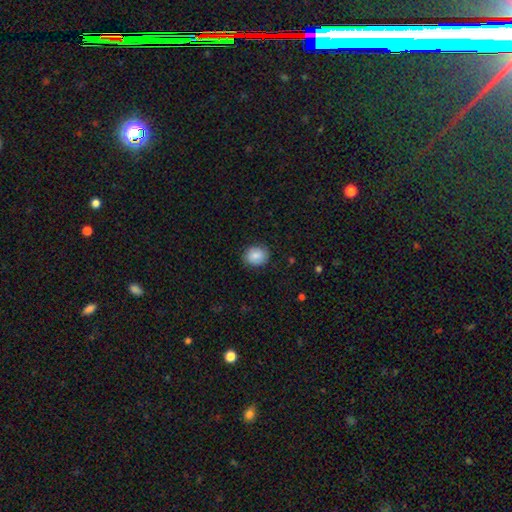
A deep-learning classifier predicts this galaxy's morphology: A smooth galaxy with no disk features (85%) that is round (63%).

Vote fractions:
- Smooth or featured? smooth: 85% / star or artifact: 8% / featured or disk: 7%
- How rounded? round: 63% / in between: 36% / cigar-shaped: 1%
- Merging? none: 85% / minor disturbance: 12% / major disturbance: 3% / merger: 1%